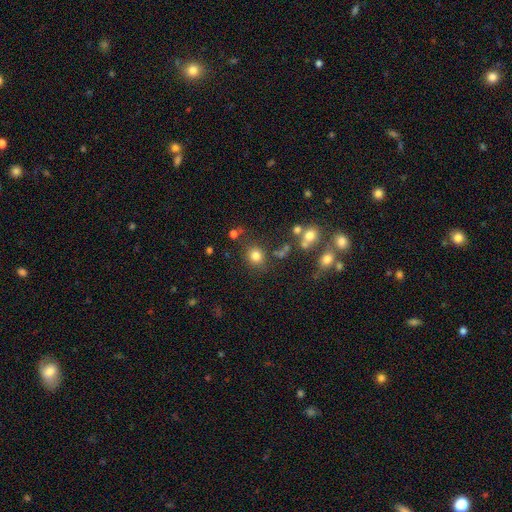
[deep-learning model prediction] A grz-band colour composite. It shows a smooth galaxy with no disk features (79%) that is round (83%). Merging: none (78%).